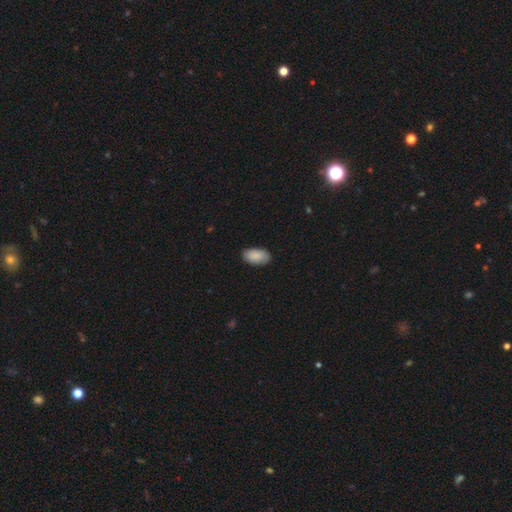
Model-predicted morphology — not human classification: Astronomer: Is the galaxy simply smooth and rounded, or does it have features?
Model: smooth — 88%.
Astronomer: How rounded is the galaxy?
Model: in between — 95%.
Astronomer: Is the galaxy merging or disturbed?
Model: none — 85%.